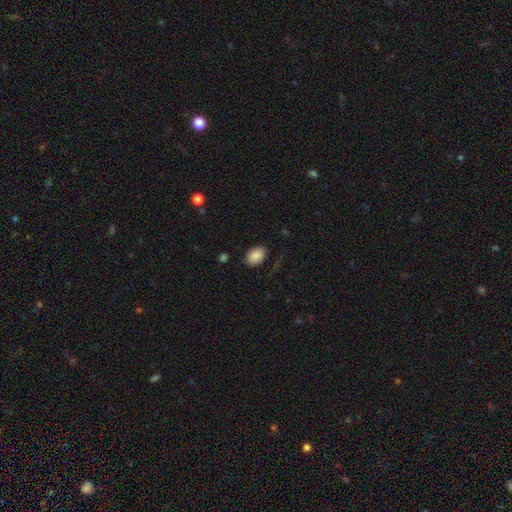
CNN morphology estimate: Smooth or featured?
  - smooth: 86% *
  - star or artifact: 8%
  - featured or disk: 6%
How rounded?
  - in between: 80% *
  - round: 19%
  - cigar-shaped: 1%
Merging?
  - none: 81% *
  - minor disturbance: 14%
  - major disturbance: 4%
  - merger: 2%